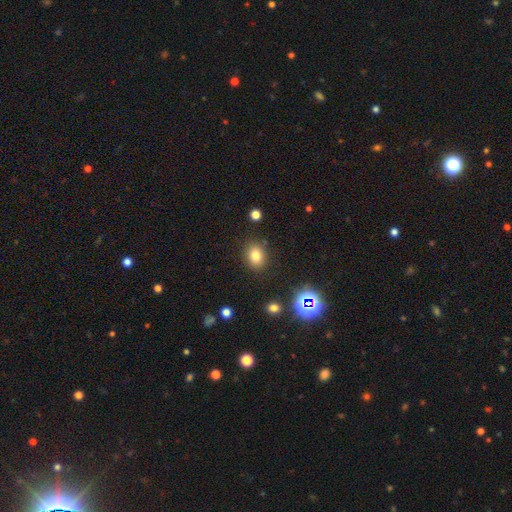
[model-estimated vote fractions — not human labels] Smooth or featured? smooth (78%)
How rounded? in between (52%)
Merging? none (85%)